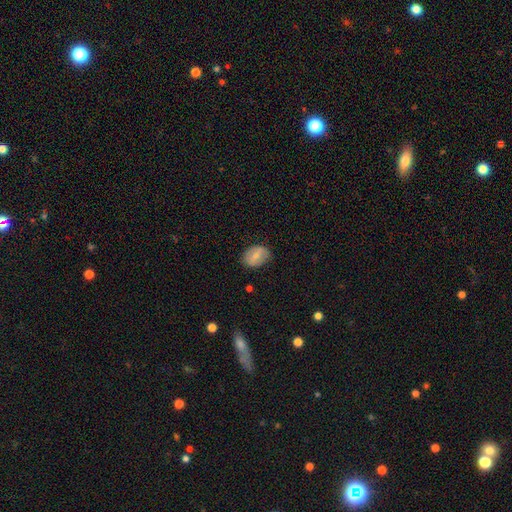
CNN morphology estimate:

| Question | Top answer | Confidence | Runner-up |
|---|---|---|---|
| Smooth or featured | smooth | 60% | featured or disk (32%) |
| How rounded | in between | 75% | round (23%) |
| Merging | none | 77% | minor disturbance (18%) |